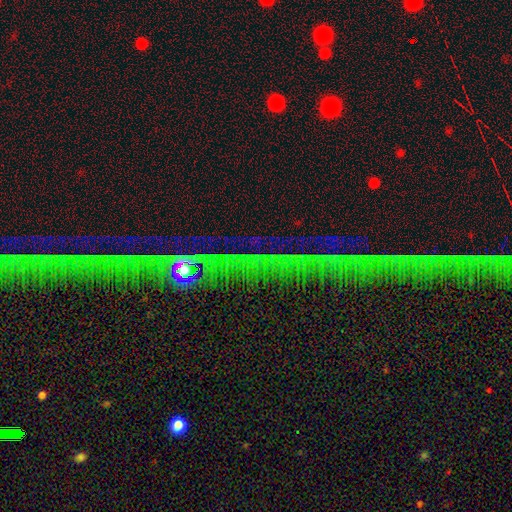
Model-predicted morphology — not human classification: A star or artifact, not a galaxy (80%).

Vote fractions:
- Smooth or featured? star or artifact: 80% / featured or disk: 11% / smooth: 9%